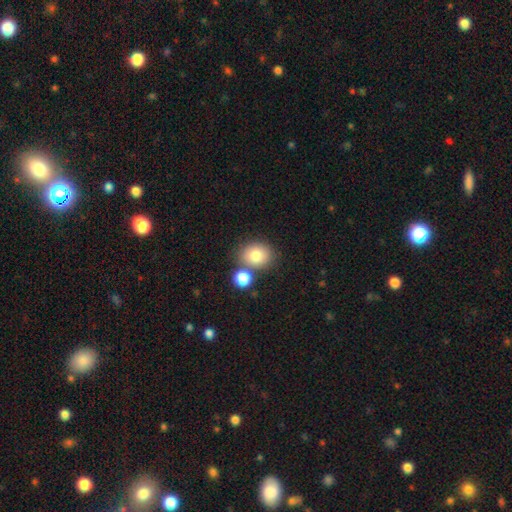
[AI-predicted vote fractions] Smooth or featured? smooth (80%)
How rounded? round (65%)
Merging? none (64%)